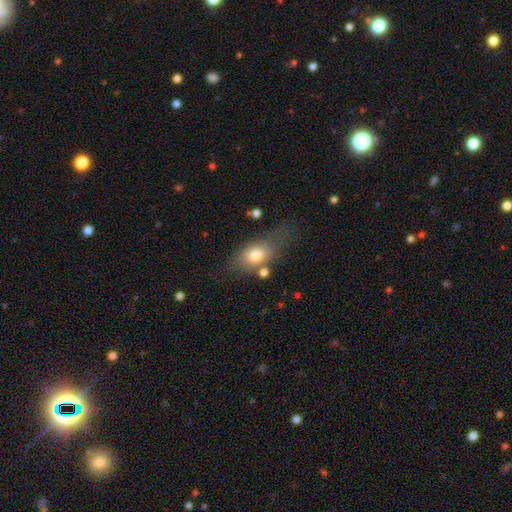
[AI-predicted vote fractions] This is likely a smooth galaxy (73%). How rounded: likely in between (77%). Merging: possibly none (54%).